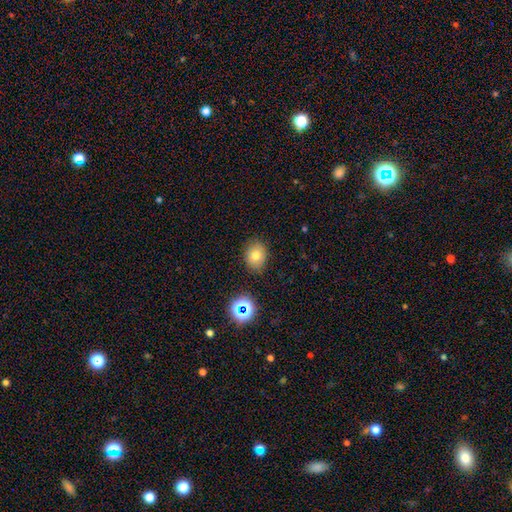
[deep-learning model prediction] Smooth or featured? Predicted: smooth (p=0.75). How rounded? Predicted: round (p=0.52). Merging? Predicted: none (p=0.84).